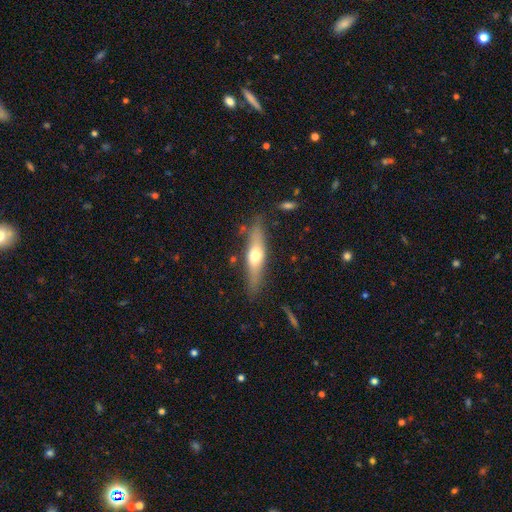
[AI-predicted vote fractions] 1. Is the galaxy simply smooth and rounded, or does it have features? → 47% smooth (tied), 47% featured or disk (tied), 6% star or artifact.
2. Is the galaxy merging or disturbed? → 81% none, 13% minor disturbance, 3% major disturbance, 2% merger.